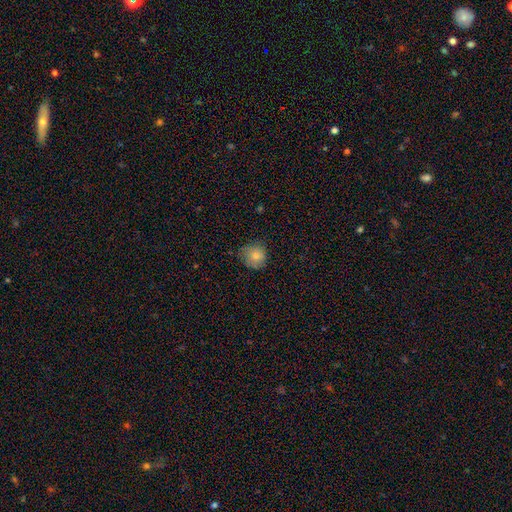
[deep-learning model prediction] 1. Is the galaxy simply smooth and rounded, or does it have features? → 81% smooth, 10% featured or disk, 9% star or artifact.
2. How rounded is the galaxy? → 84% round, 15% in between, 1% cigar-shaped.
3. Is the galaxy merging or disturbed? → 71% none, 23% minor disturbance, 5% major disturbance, 1% merger.